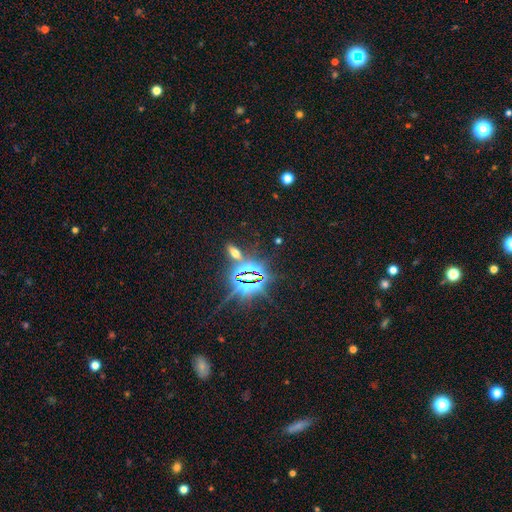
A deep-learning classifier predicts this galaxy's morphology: type=star or artifact (84%).